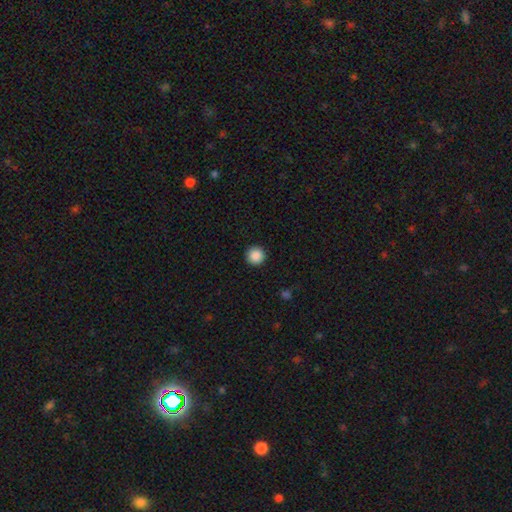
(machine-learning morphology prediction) type=smooth (88%); roundness=round (96%); merging=none (93%).